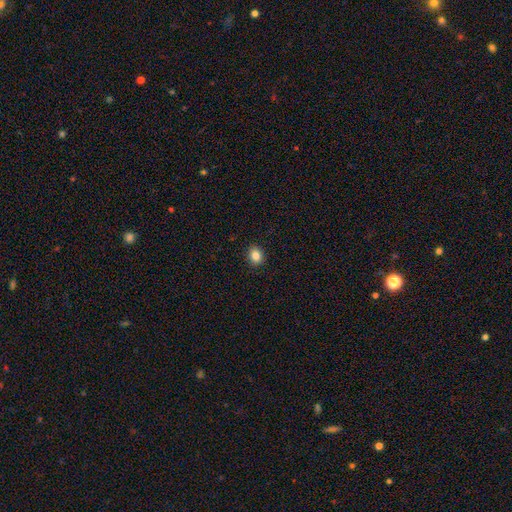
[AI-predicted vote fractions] smooth_or_featured: smooth (p=0.84) [alt: star or artifact p=0.10]
how_rounded: round (p=0.59) [alt: in between p=0.40]
merging: none (p=0.91) [alt: minor disturbance p=0.06]